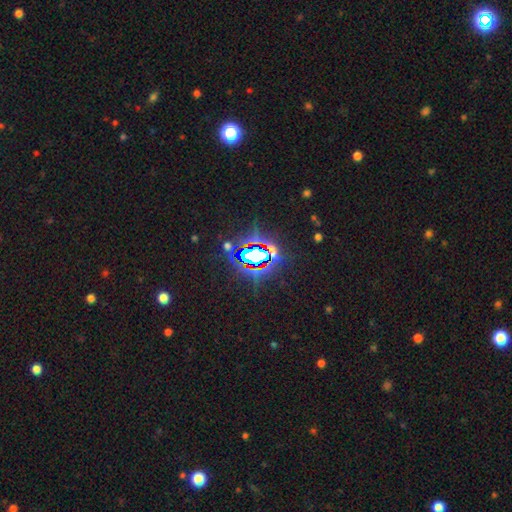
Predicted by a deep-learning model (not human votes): star or artifact 77%, featured or disk 11%, smooth 11%.